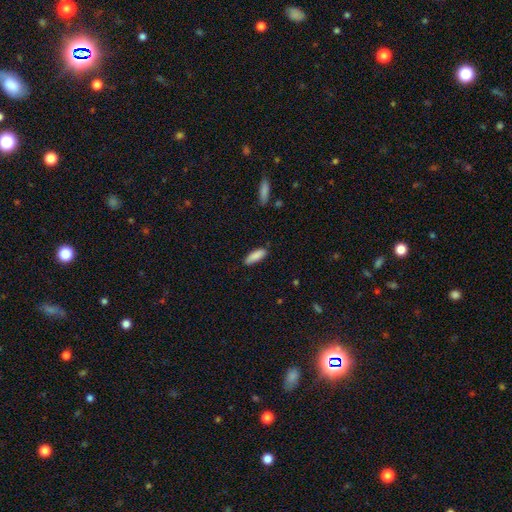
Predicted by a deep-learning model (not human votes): A smooth galaxy with no disk features (88%) that is in between round and cigar-shaped (61%). Merging: none (82%).